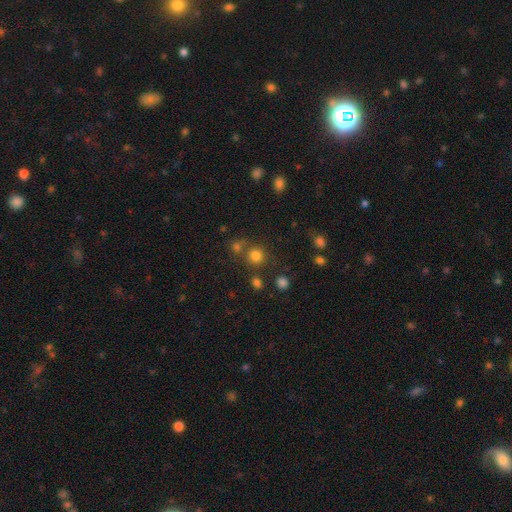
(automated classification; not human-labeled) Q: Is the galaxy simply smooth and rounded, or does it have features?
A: smooth — 77%.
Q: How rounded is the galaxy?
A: round — 91%.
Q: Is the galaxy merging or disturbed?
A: none — 74%.